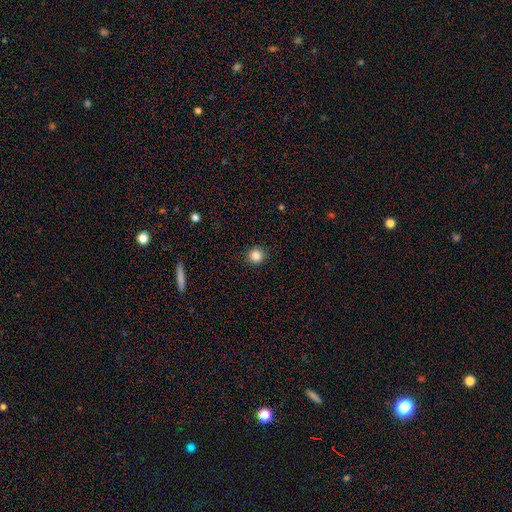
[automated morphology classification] Overall: smooth (83%). How rounded: round (91%). Merging: none (91%).